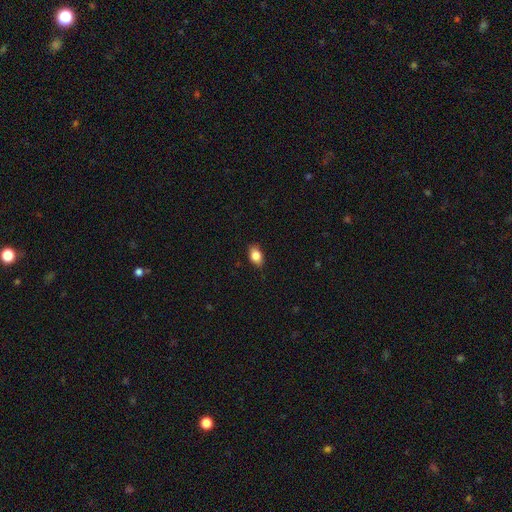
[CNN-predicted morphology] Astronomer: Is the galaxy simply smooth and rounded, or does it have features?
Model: smooth — 84%.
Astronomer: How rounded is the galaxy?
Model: in between — 83%.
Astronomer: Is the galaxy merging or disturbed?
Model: none — 85%.